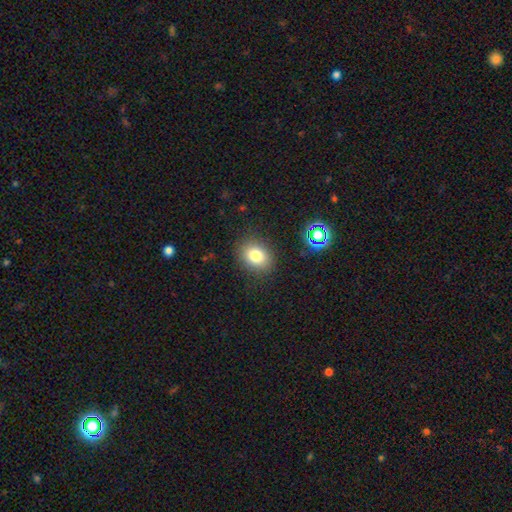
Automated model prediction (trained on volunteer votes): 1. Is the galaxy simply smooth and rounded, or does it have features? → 79% smooth, 13% star or artifact, 8% featured or disk.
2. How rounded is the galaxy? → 52% round, 47% in between, 1% cigar-shaped.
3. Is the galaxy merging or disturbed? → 86% none, 9% minor disturbance, 3% major disturbance, 1% merger.